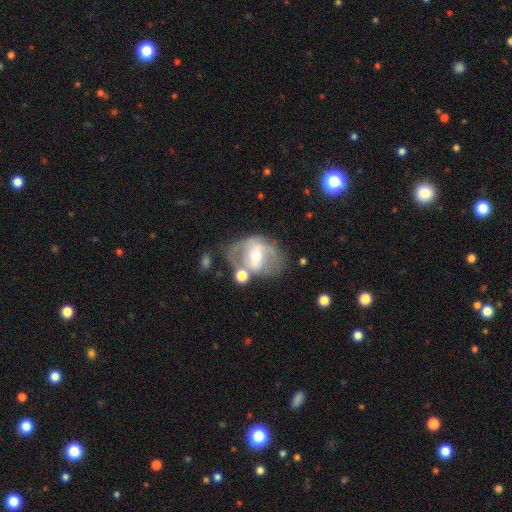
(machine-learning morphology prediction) Smooth or featured?
  - featured or disk: 70% *
  - smooth: 23%
  - star or artifact: 7%
Edge-on disk?
  - no: 94% *
  - yes: 6%
Bar?
  - strong: 39% *
  - weak: 37%
  - no: 24%
Spiral arms?
  - yes: 55% *
  - no: 45%
Bulge size?
  - moderate: 56% *
  - small: 36%
  - large: 6%
  - none: 2%
  - dominant: 1%
Merging?
  - none: 48% *
  - minor disturbance: 20%
  - merger: 16%
  - major disturbance: 16%